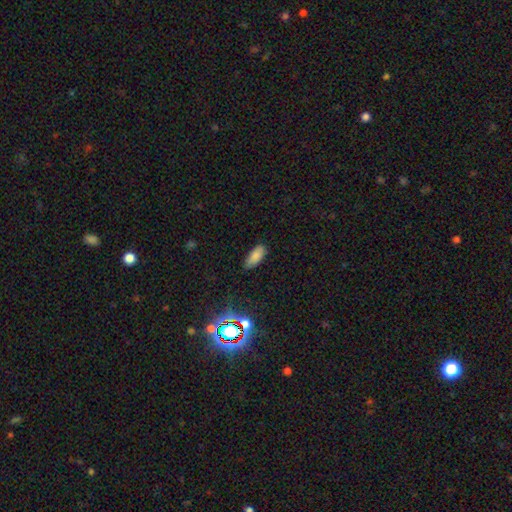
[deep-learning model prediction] A smooth galaxy with no disk features (83%) that is in between round and cigar-shaped (82%). Merging: none (82%).